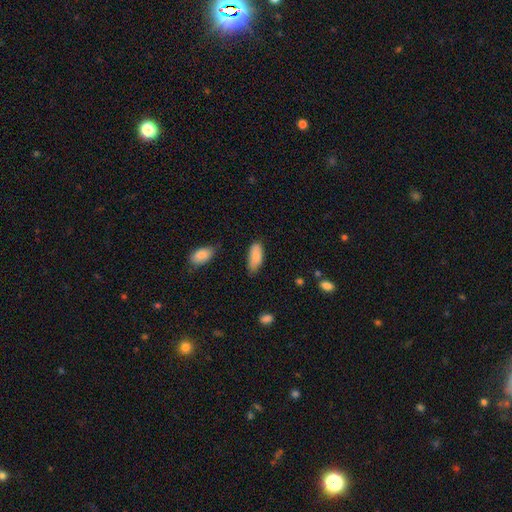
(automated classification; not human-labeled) Smooth or featured? smooth (85%)
How rounded? in between (87%)
Merging? none (63%)